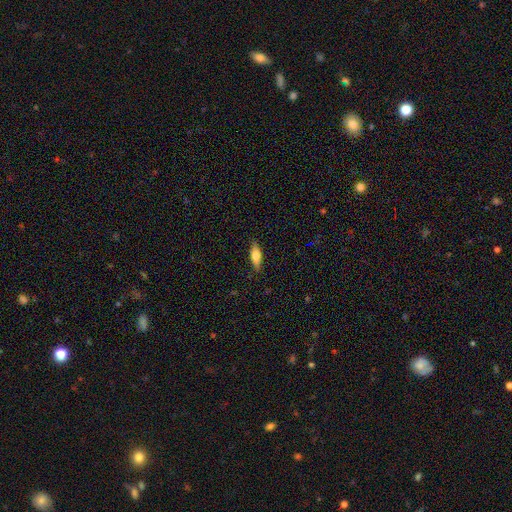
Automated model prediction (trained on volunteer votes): smooth_or_featured: smooth (p=0.65) [alt: featured or disk p=0.29]
how_rounded: in between (p=0.55) [alt: cigar-shaped p=0.42]
merging: none (p=0.85) [alt: minor disturbance p=0.12]